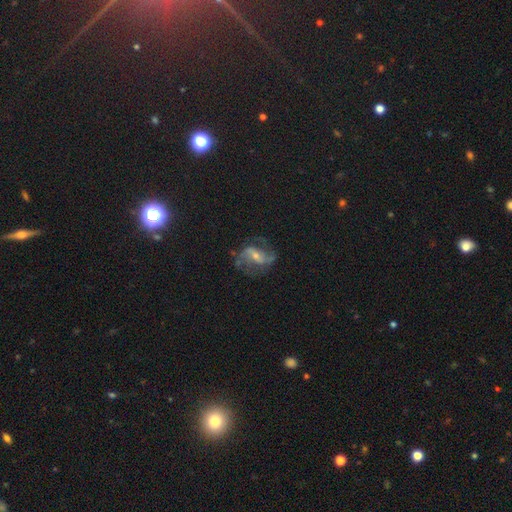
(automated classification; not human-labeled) featured or disk 79%, smooth 12%, star or artifact 9%. Down the decision tree: edge-on disk — no (96%); bar — weak (44%); spiral arms — yes (91%); spiral arm count — 2 (77%); spiral winding — medium (45%); bulge size — small (52%); merging — none (61%).